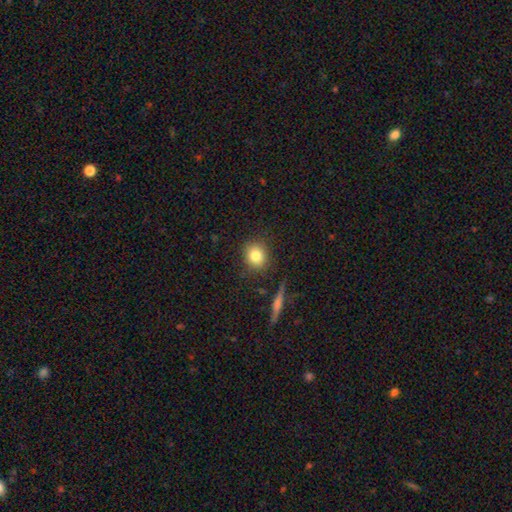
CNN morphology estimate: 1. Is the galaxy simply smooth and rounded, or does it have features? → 81% smooth, 10% star or artifact, 9% featured or disk.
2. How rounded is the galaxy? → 77% round, 22% in between, 2% cigar-shaped.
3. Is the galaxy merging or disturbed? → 86% none, 9% minor disturbance, 3% major disturbance, 2% merger.